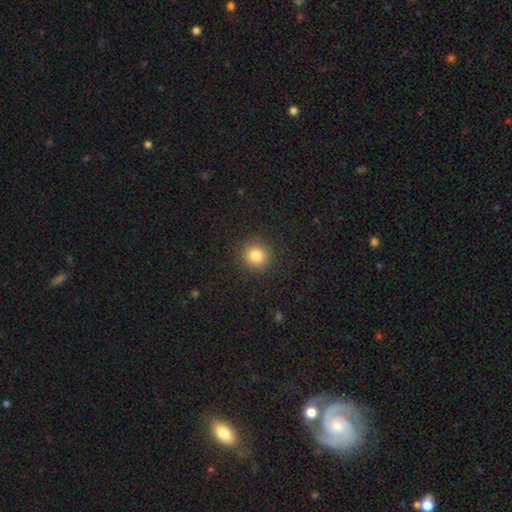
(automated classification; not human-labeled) Smooth or featured? Predicted: smooth (p=0.83). How rounded? Predicted: round (p=0.93). Merging? Predicted: none (p=0.91).